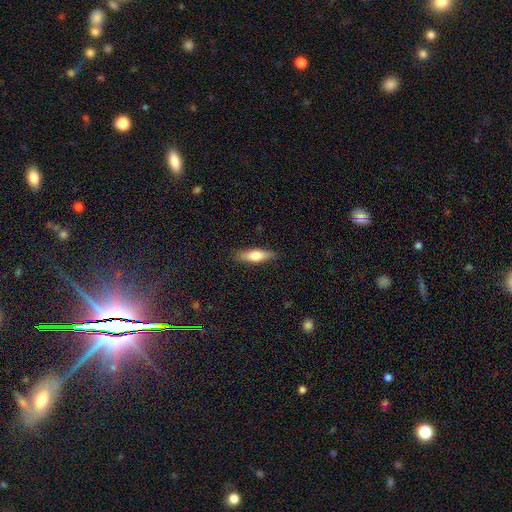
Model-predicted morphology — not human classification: Q: Smooth or featured?
A: smooth (64%); runner-up: featured or disk (30%)
Q: How rounded?
A: cigar-shaped (54%); runner-up: in between (43%)
Q: Merging?
A: none (87%); runner-up: minor disturbance (10%)